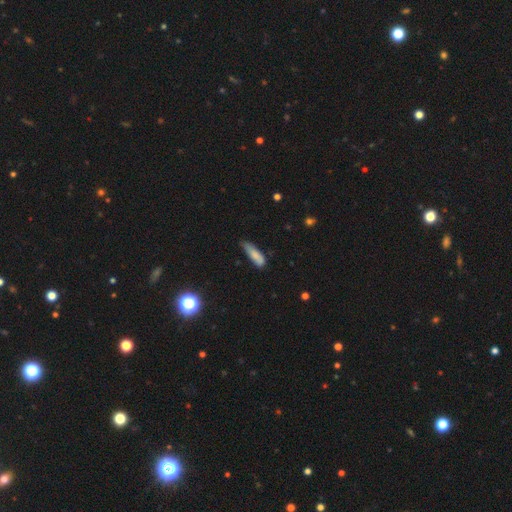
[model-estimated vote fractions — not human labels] Smooth or featured: smooth — 80% (featured or disk — 12%)
How rounded: cigar-shaped — 61% (in between — 37%)
Merging: none — 45% (minor disturbance — 41%)